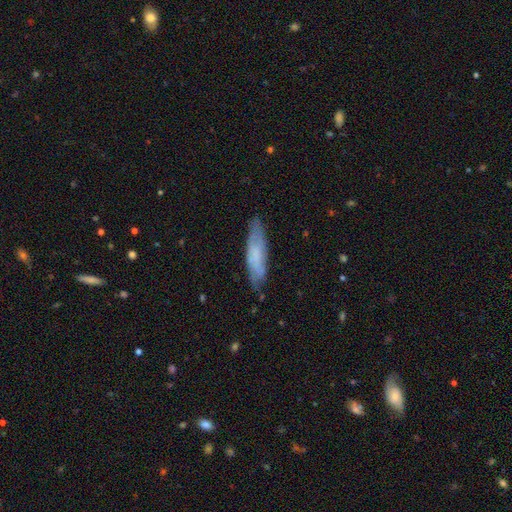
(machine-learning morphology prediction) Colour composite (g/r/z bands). It shows a smooth galaxy with no disk features (58%) that is cigar-shaped (65%). Merging: none (77%).